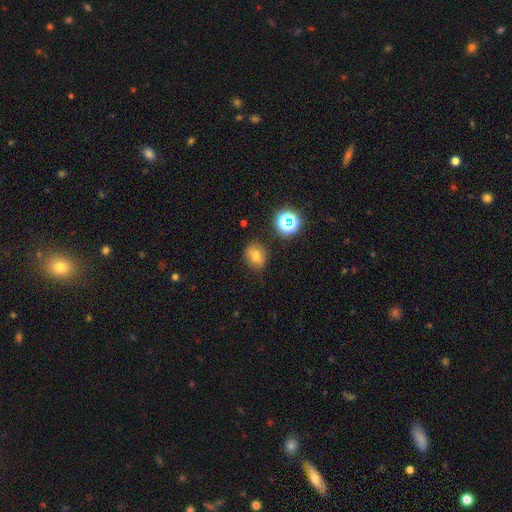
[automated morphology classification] This appears to be a smooth galaxy with no disk features (70%) that is round (55%). Merging: none (79%).